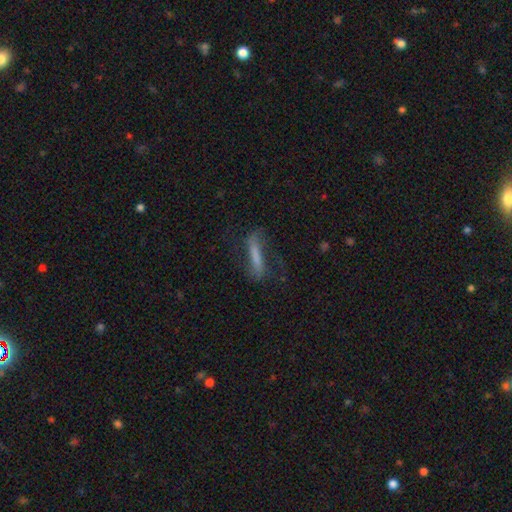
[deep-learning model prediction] Smooth or featured? smooth (49%)
Merging? none (62%)